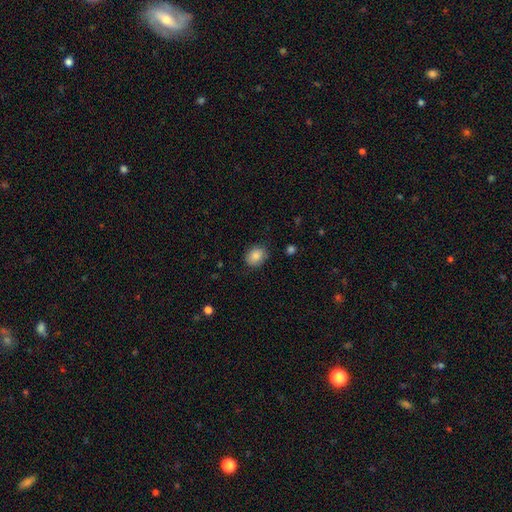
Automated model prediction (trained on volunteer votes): Overall: smooth (87%). How rounded: in between (53%; round 46%). Merging: none (83%).